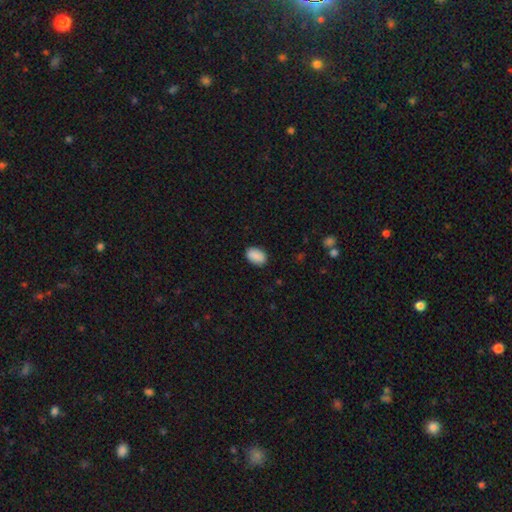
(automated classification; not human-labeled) Smooth or featured: smooth — 90% (star or artifact — 7%)
How rounded: in between — 87% (round — 12%)
Merging: none — 87% (minor disturbance — 10%)